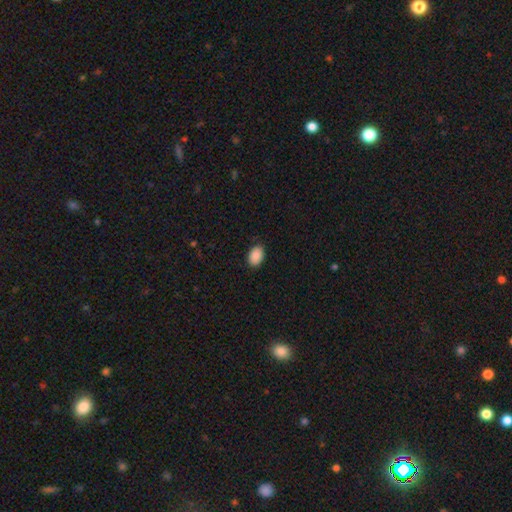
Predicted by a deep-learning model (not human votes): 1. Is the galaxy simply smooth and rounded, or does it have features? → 90% smooth, 7% star or artifact, 3% featured or disk.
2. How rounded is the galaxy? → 84% in between, 15% round, 1% cigar-shaped.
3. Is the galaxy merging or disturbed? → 87% none, 10% minor disturbance, 2% major disturbance, 1% merger.